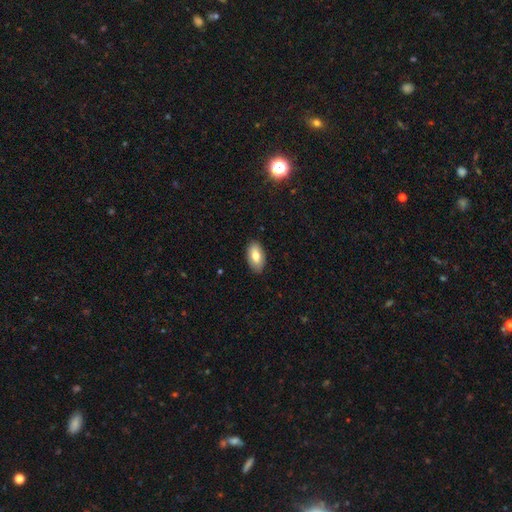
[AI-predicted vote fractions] smooth 74%, featured or disk 20%, star or artifact 7%. Down the decision tree: how rounded — in between (94%); merging — none (87%).